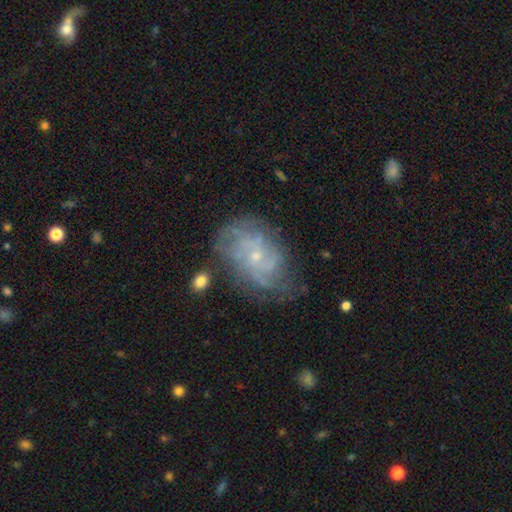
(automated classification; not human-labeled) This appears to be a featured or disk galaxy (76%) with no bar (75%), tight (47%) spiral arms (87%) and a small central bulge (79%). Merging: none (62%).